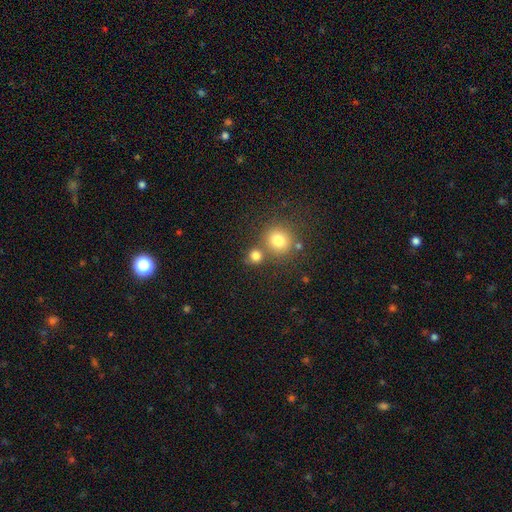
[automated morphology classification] This is likely a smooth galaxy (79%). How rounded: clearly round (86%). Merging: likely none (64%).